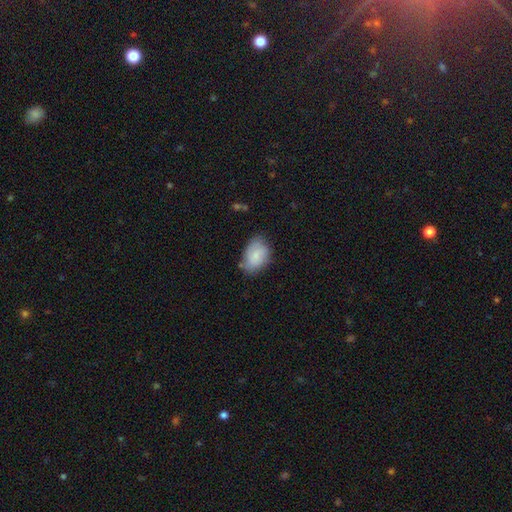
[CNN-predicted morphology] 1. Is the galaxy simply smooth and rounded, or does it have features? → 72% smooth, 21% featured or disk, 7% star or artifact.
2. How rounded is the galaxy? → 82% in between, 17% round, 1% cigar-shaped.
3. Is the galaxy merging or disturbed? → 63% none, 27% minor disturbance, 6% major disturbance, 3% merger.